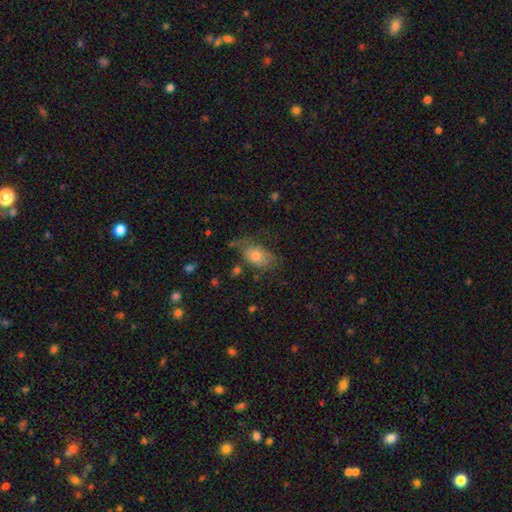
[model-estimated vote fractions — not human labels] This is likely a smooth galaxy (60%). How rounded: clearly in between (83%). Merging: marginally none (45%).